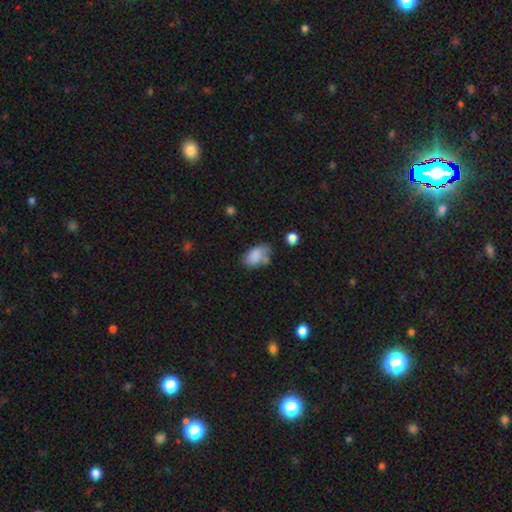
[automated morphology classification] Q: Smooth or featured?
A: smooth (81%); runner-up: featured or disk (10%)
Q: How rounded?
A: in between (90%); runner-up: round (8%)
Q: Merging?
A: none (48%); runner-up: minor disturbance (30%)